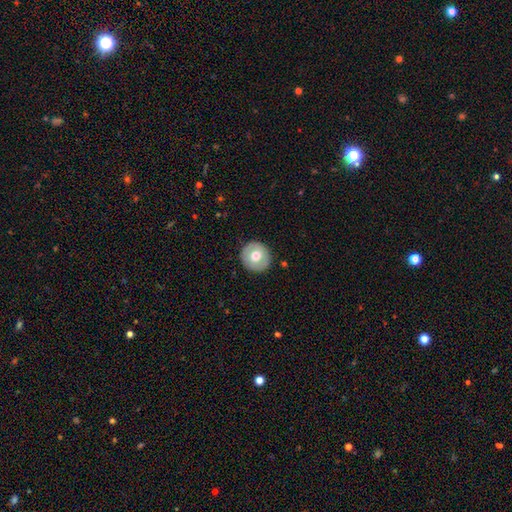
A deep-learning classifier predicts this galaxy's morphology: A smooth galaxy with no disk features (64%) that is round (93%).

Vote fractions:
- Smooth or featured? smooth: 64% / featured or disk: 29% / star or artifact: 7%
- How rounded? round: 93% / in between: 6% / cigar-shaped: 1%
- Merging? none: 90% / minor disturbance: 7% / major disturbance: 2% / merger: 1%